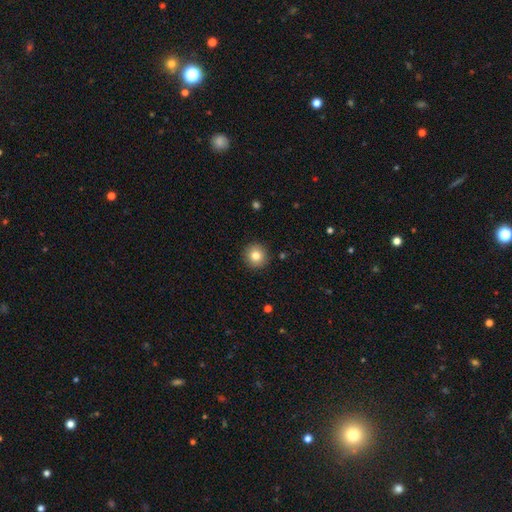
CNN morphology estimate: Smooth or featured? Predicted: smooth (p=0.82). How rounded? Predicted: round (p=0.94). Merging? Predicted: none (p=0.91).